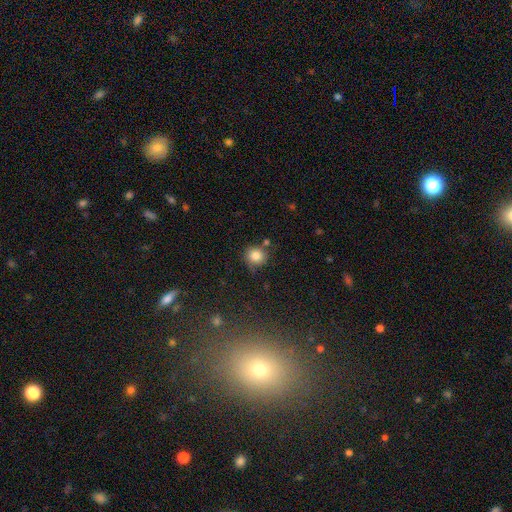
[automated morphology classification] Smooth or featured?
  - smooth: 82% *
  - star or artifact: 11%
  - featured or disk: 7%
How rounded?
  - round: 89% *
  - in between: 10%
  - cigar-shaped: 1%
Merging?
  - none: 72% *
  - minor disturbance: 15%
  - merger: 9%
  - major disturbance: 4%